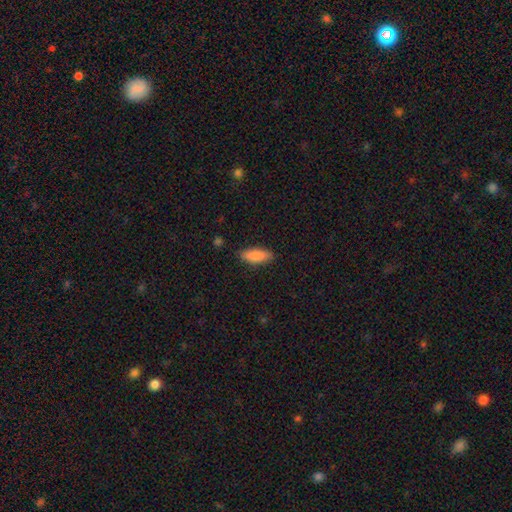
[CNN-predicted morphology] A smooth galaxy with no disk features (85%) that is in between round and cigar-shaped (67%). Merging: none (86%).